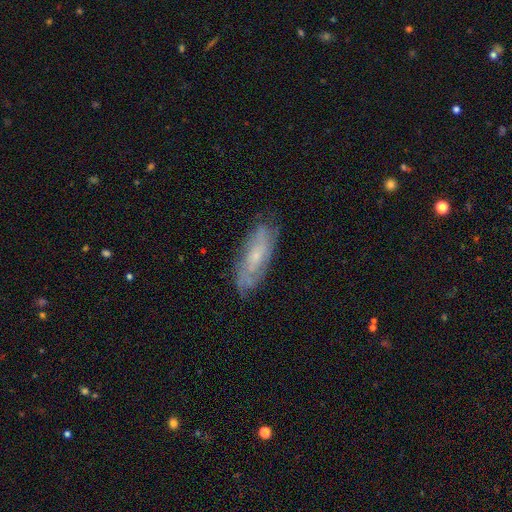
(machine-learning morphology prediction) Q: Smooth or featured?
A: featured or disk (60%); runner-up: smooth (33%)
Q: Edge-on disk?
A: no (80%); runner-up: yes (20%)
Q: Merging?
A: none (76%); runner-up: minor disturbance (18%)